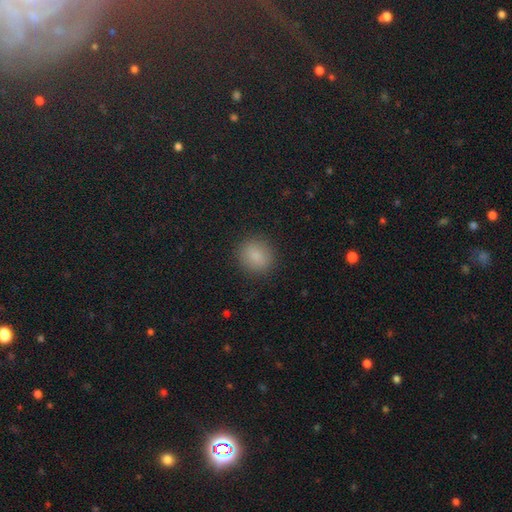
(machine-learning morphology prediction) The model was most divided on "how rounded": round: 80%, in between: 19%, cigar-shaped: 1%. More confident: merging — none (89%); smooth or featured — smooth (85%).